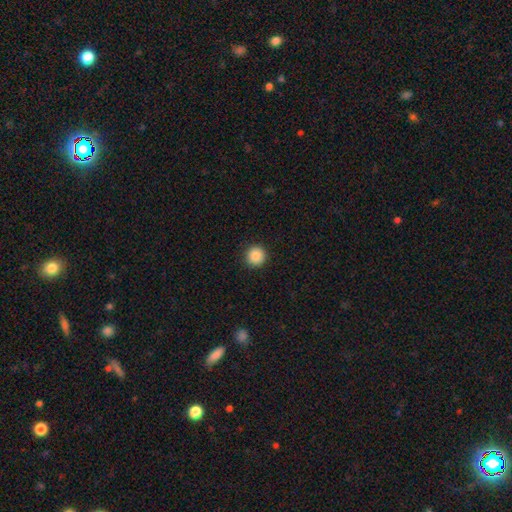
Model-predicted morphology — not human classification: smooth_or_featured: smooth (p=0.87) [alt: star or artifact p=0.09]
how_rounded: round (p=0.95) [alt: in between p=0.04]
merging: none (p=0.92) [alt: minor disturbance p=0.05]